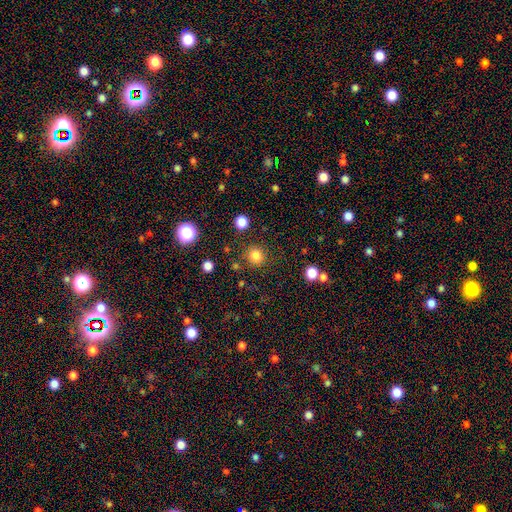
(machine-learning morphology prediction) Overall: smooth (82%). How rounded: round (90%). Merging: none (85%).